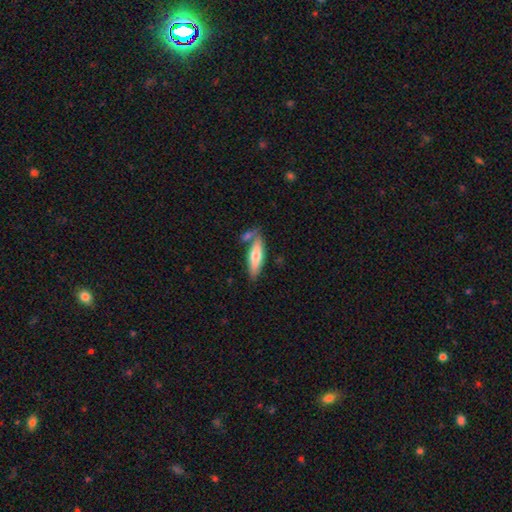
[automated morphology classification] smooth 66%, featured or disk 28%, star or artifact 5%. Down the decision tree: how rounded — cigar-shaped (58%); merging — none (64%).